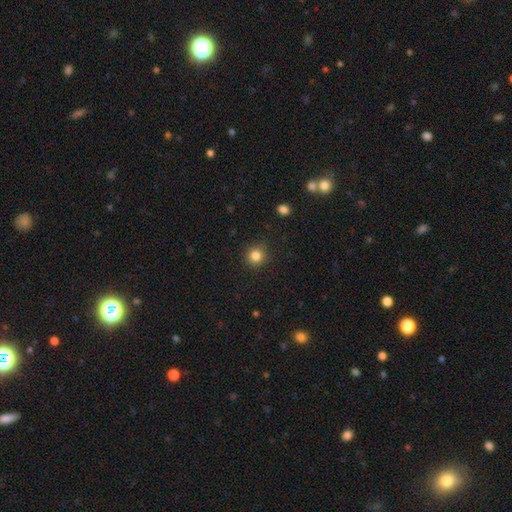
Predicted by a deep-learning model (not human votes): smooth_or_featured: smooth (p=0.83) [alt: star or artifact p=0.12]
how_rounded: round (p=0.91) [alt: in between p=0.08]
merging: none (p=0.88) [alt: minor disturbance p=0.08]